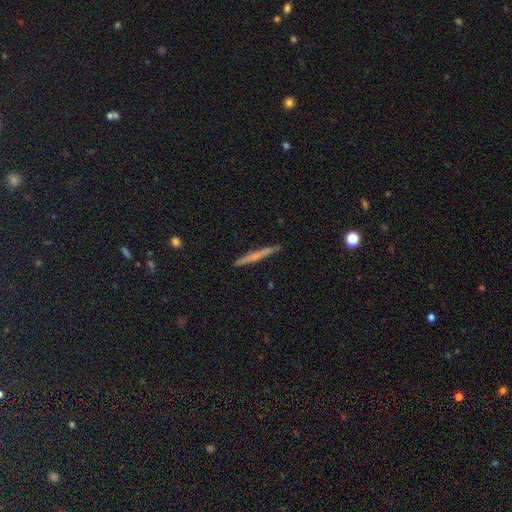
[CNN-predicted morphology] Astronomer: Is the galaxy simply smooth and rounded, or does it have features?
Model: smooth — 49% (runner-up: featured or disk, 45%).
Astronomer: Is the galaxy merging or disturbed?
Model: none — 91%.